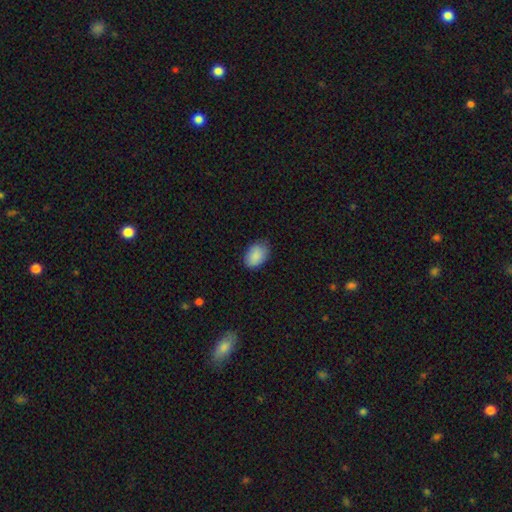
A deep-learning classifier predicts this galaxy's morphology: This appears to be a smooth galaxy with no disk features (88%) that is in between round and cigar-shaped (86%). Merging: none (77%).